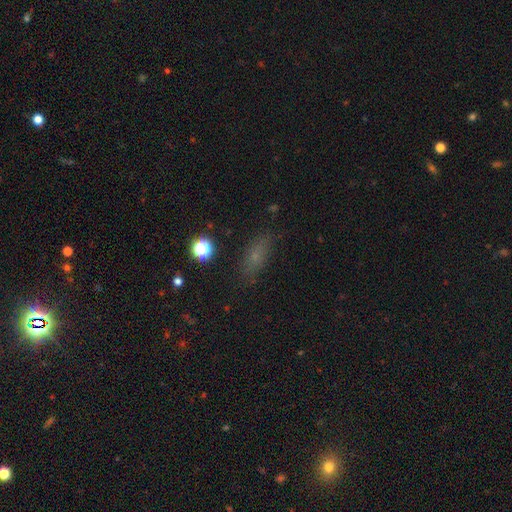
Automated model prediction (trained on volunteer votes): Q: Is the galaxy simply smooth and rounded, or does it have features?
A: smooth — 60%.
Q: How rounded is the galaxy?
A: in between — 58%.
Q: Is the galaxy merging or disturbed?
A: none — 79%.